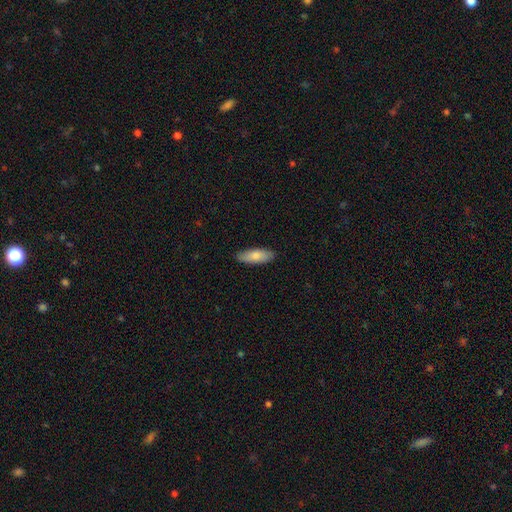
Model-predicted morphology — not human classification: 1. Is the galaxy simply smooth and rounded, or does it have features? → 80% smooth, 14% featured or disk, 5% star or artifact.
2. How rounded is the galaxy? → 64% in between, 34% cigar-shaped, 2% round.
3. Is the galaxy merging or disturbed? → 87% none, 11% minor disturbance, 2% major disturbance, 1% merger.